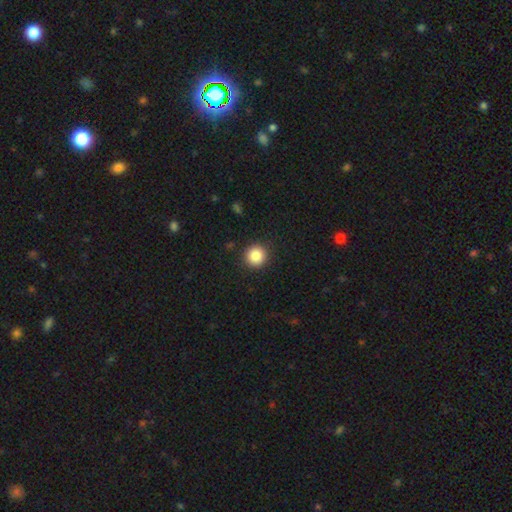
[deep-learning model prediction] Overall: smooth (86%). How rounded: round (94%). Merging: none (91%).